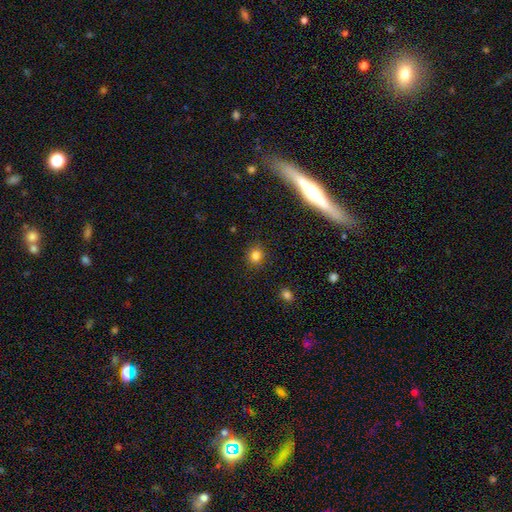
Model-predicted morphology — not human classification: A smooth galaxy with no disk features (80%) that is round (83%). Merging: none (89%).